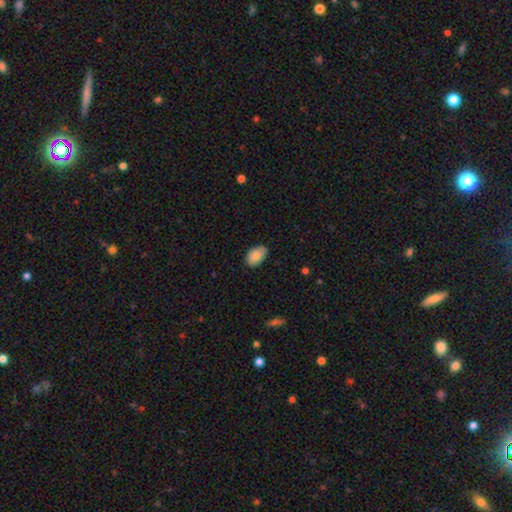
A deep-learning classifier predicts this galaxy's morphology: A smooth galaxy with no disk features (86%) that is in between round and cigar-shaped (92%).

Vote fractions:
- Smooth or featured? smooth: 86% / featured or disk: 8% / star or artifact: 7%
- How rounded? in between: 92% / round: 7% / cigar-shaped: 1%
- Merging? none: 78% / minor disturbance: 18% / major disturbance: 2% / merger: 1%